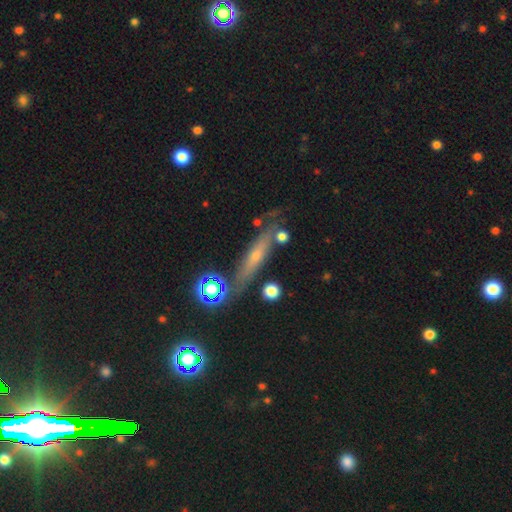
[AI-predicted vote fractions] smooth_or_featured: featured or disk (p=0.48) [alt: smooth p=0.33]
merging: none (p=0.71) [alt: minor disturbance p=0.16]